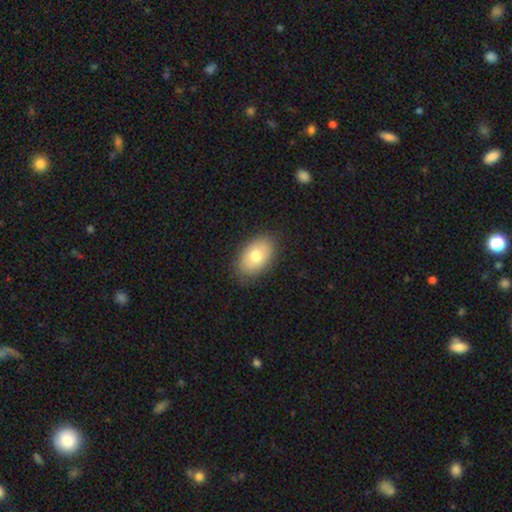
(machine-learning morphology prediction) smooth-or-featured: smooth: 75% | featured or disk: 18% | star or artifact: 8%
  how-rounded: in between: 90% | round: 9% | cigar-shaped: 1%
  merging: none: 85% | minor disturbance: 11% | major disturbance: 3% | merger: 1%